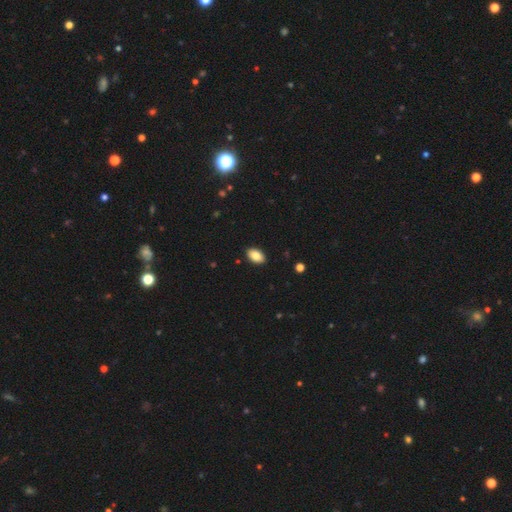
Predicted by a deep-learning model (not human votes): This appears to be a smooth galaxy with no disk features (86%) that is in between round and cigar-shaped (92%). Merging: none (90%).